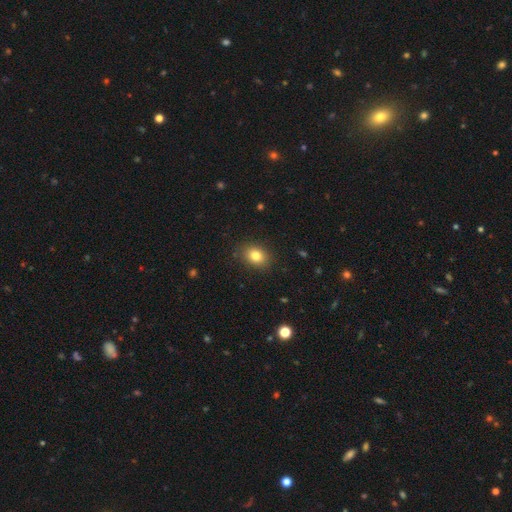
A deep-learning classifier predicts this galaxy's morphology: Smooth or featured: smooth — 82% (star or artifact — 10%)
How rounded: in between — 62% (round — 37%)
Merging: none — 87% (minor disturbance — 9%)